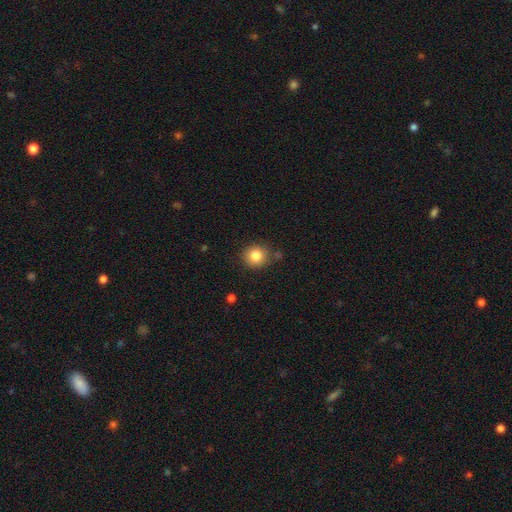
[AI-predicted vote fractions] smooth 83%, star or artifact 11%, featured or disk 7%. Down the decision tree: how rounded — round (89%); merging — none (82%).